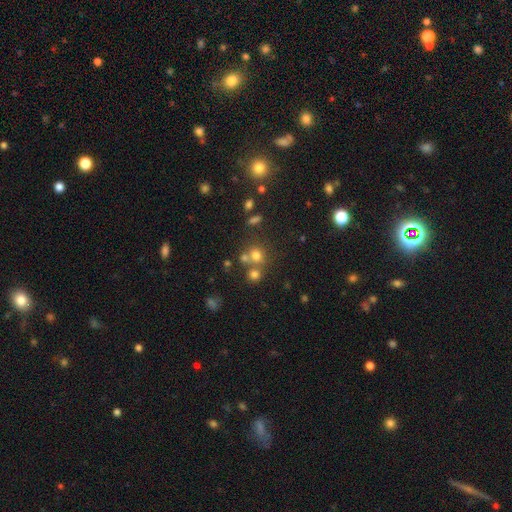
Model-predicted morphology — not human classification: The model was most divided on "merging": none: 55%, merger: 31%, minor disturbance: 10%, major disturbance: 5%. More confident: how rounded — round (81%); smooth or featured — smooth (67%).